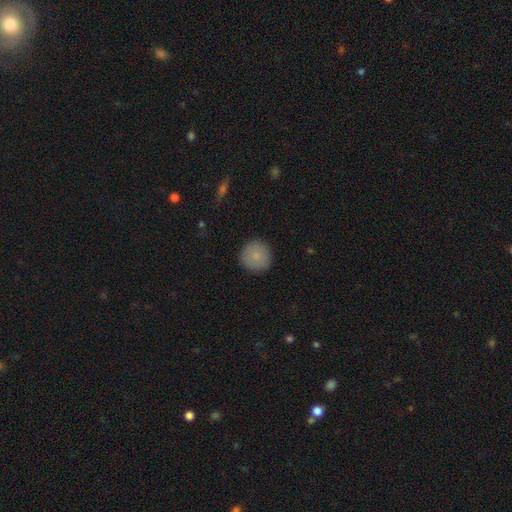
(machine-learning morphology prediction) A smooth galaxy with no disk features (85%) that is round (95%).

Vote fractions:
- Smooth or featured? smooth: 85% / star or artifact: 8% / featured or disk: 7%
- How rounded? round: 95% / in between: 4% / cigar-shaped: 1%
- Merging? none: 90% / minor disturbance: 7% / major disturbance: 2% / merger: 1%